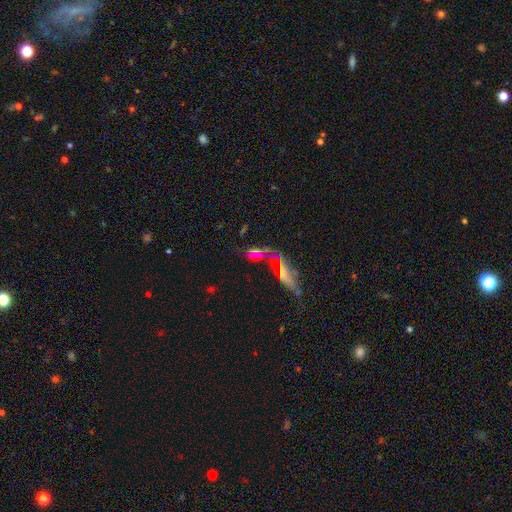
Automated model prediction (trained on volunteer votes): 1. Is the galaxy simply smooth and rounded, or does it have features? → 37% featured or disk, 34% smooth, 29% star or artifact.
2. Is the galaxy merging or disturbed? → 36% merger, 31% none, 19% major disturbance, 13% minor disturbance.